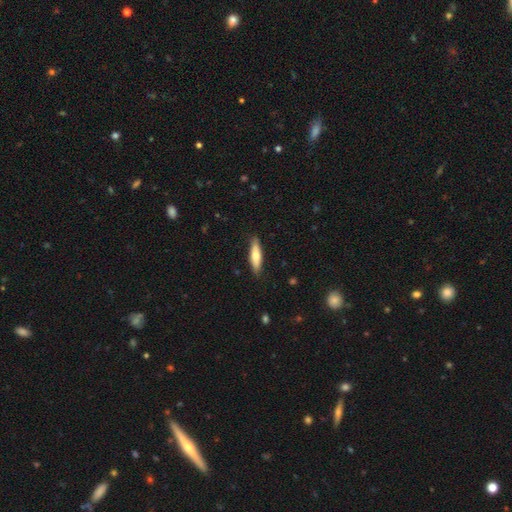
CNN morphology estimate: This appears to be a smooth galaxy with no disk features (65%) that is cigar-shaped (65%). Merging: none (87%).